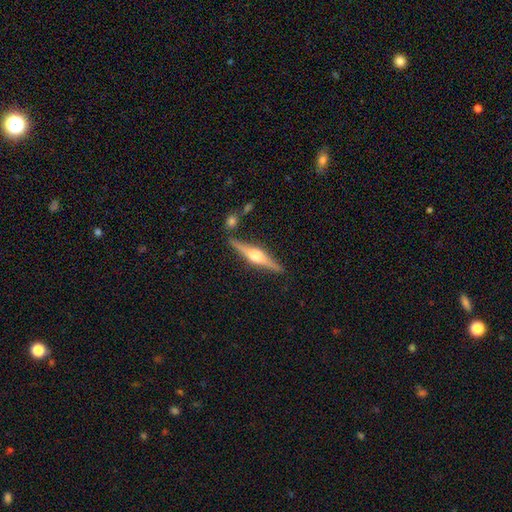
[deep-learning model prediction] smooth-or-featured: featured or disk: 80% | smooth: 15% | star or artifact: 6%
  disk-edge-on: yes: 98% | no: 2%
    edge-on-bulge: rounded: 93% | boxy: 5% | none: 2%
  merging: none: 83% | minor disturbance: 9% | merger: 5% | major disturbance: 2%